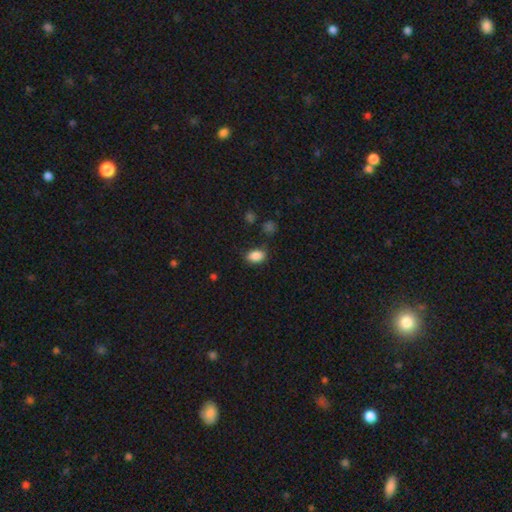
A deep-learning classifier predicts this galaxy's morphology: Q: Smooth or featured?
A: smooth (87%); runner-up: star or artifact (9%)
Q: How rounded?
A: in between (85%); runner-up: round (13%)
Q: Merging?
A: none (77%); runner-up: minor disturbance (16%)